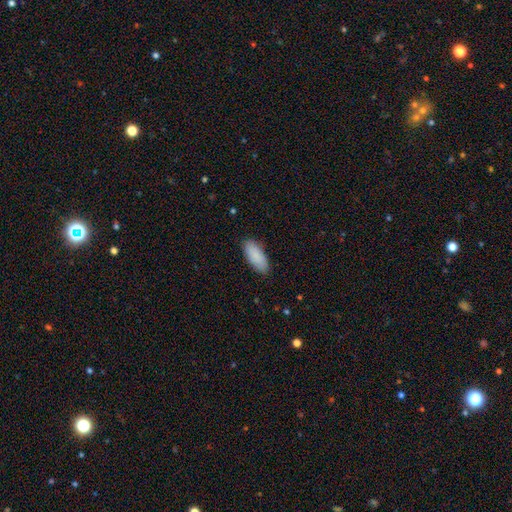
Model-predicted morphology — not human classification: Smooth or featured? Predicted: smooth (p=0.88). How rounded? Predicted: in between (p=0.83). Merging? Predicted: none (p=0.86).